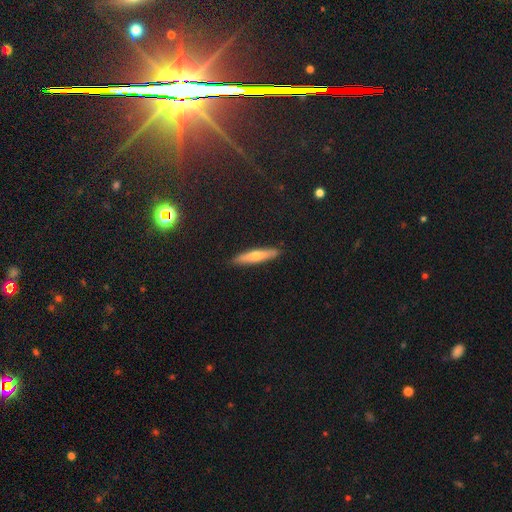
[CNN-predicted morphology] Smooth or featured? Predicted: smooth (p=0.51). How rounded? Predicted: cigar-shaped (p=0.87). Merging? Predicted: none (p=0.90).